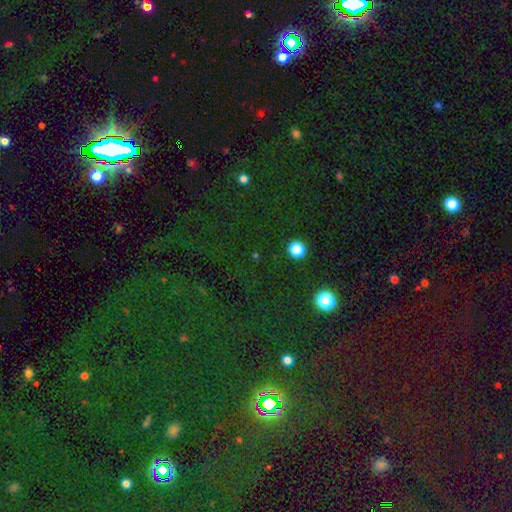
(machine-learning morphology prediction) The model was most divided on "smooth or featured": star or artifact: 58%, smooth: 35%, featured or disk: 7%.